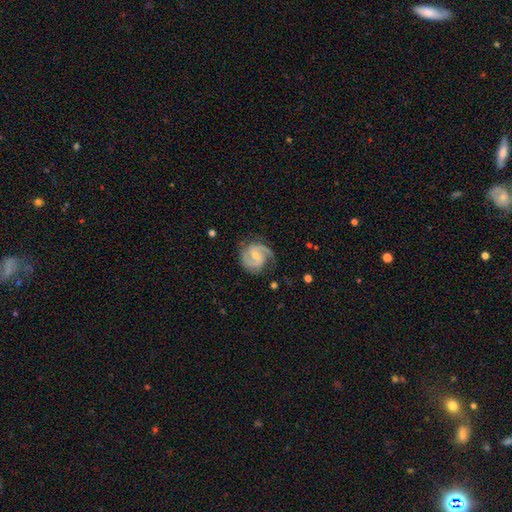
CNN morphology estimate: featured or disk 90%, smooth 6%, star or artifact 4%. Down the decision tree: edge-on disk — no (98%); bar — weak (53%); spiral arms — yes (98%); spiral arm count — 2 (89%); spiral winding — medium (56%); bulge size — small (57%); merging — none (75%).